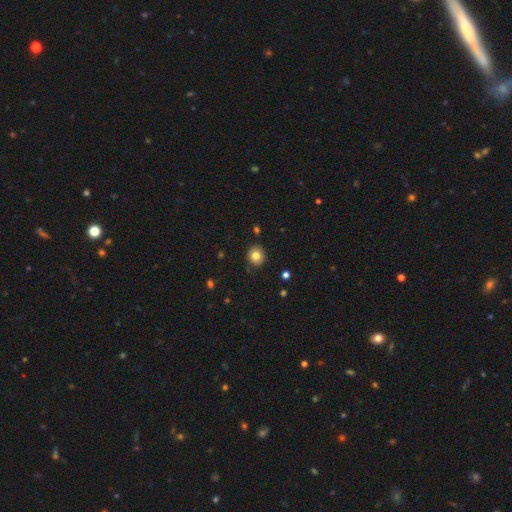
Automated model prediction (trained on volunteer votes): The model was most divided on "how rounded": round: 84%, in between: 15%, cigar-shaped: 1%. More confident: merging — none (87%); smooth or featured — smooth (80%).